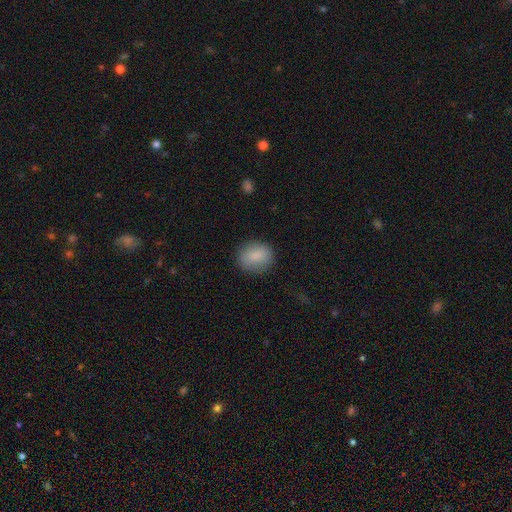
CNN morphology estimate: smooth_or_featured: smooth (p=0.86) [alt: star or artifact p=0.08]
how_rounded: round (p=0.63) [alt: in between p=0.36]
merging: none (p=0.85) [alt: minor disturbance p=0.11]